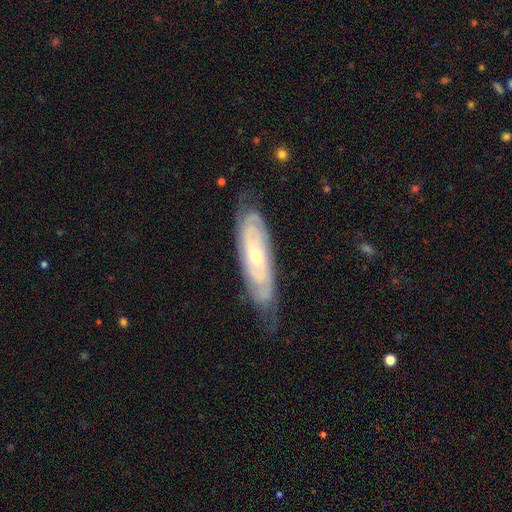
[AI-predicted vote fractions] A featured or disk galaxy (81%) with no bar (64%), tight (74%) spiral arms (93%) and a small central bulge (57%). Merging: none (70%).